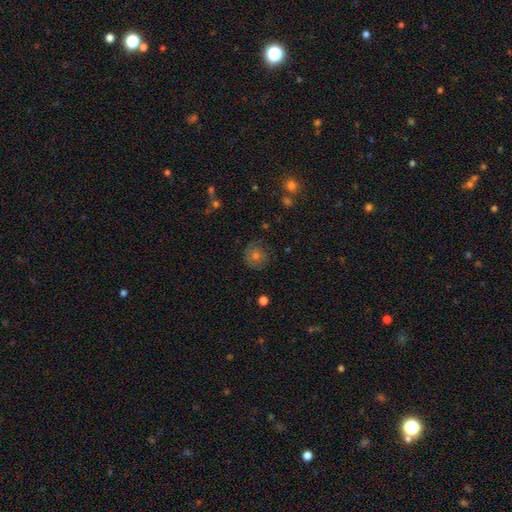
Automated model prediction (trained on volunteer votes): Smooth or featured? Predicted: smooth (p=0.55). How rounded? Predicted: round (p=0.92). Merging? Predicted: none (p=0.83).